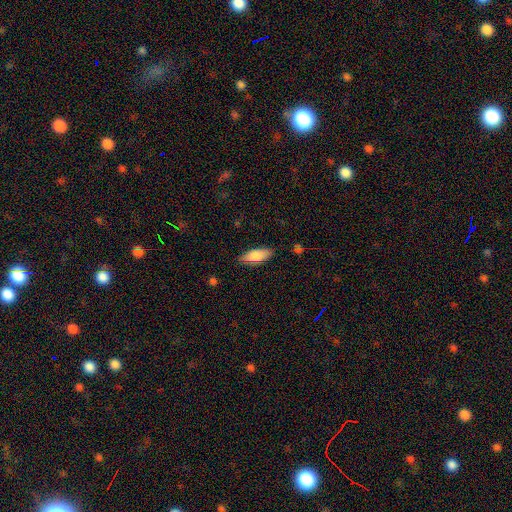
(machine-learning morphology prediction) Smooth or featured: smooth — 82% (featured or disk — 12%)
How rounded: in between — 80% (cigar-shaped — 18%)
Merging: none — 82% (minor disturbance — 14%)